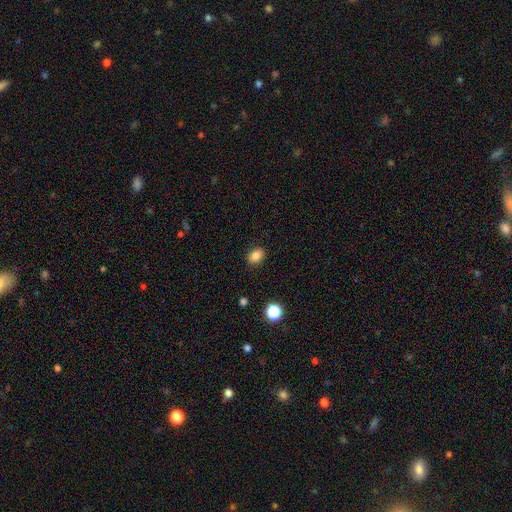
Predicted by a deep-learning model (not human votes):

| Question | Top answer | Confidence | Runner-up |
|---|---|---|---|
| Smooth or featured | smooth | 84% | star or artifact (11%) |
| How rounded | in between | 67% | round (31%) |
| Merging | none | 88% | minor disturbance (8%) |